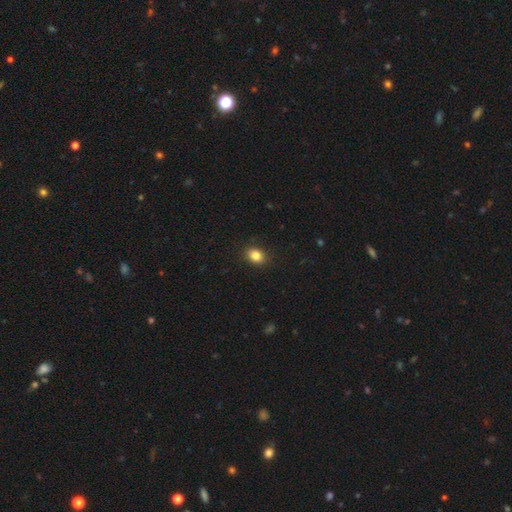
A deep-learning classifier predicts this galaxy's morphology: The model was most divided on "how rounded": in between: 61%, round: 38%, cigar-shaped: 1%. More confident: merging — none (89%); smooth or featured — smooth (85%).